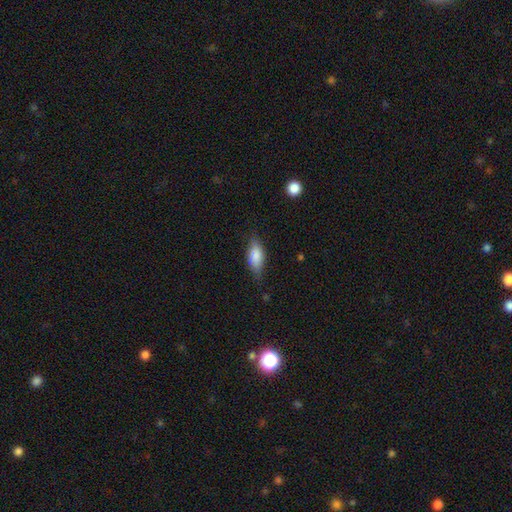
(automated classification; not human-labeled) This is clearly a smooth galaxy (81%). How rounded: clearly in between (80%). Merging: likely none (70%).